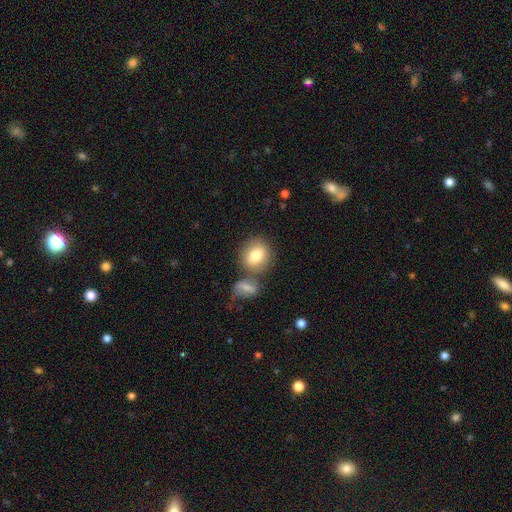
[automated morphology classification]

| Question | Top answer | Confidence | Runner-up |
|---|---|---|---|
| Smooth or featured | smooth | 77% | featured or disk (15%) |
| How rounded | round | 71% | in between (28%) |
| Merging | none | 59% | merger (26%) |